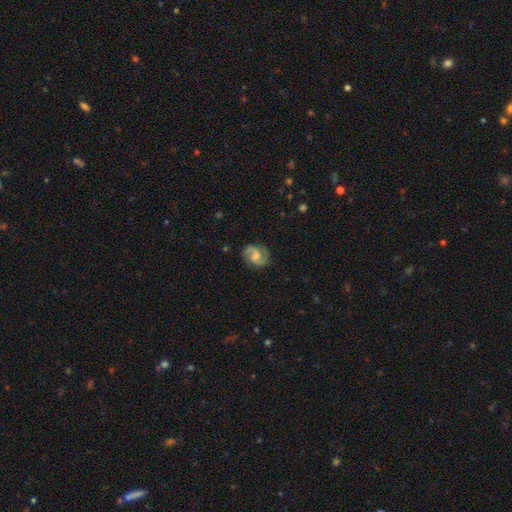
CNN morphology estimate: smooth-or-featured: featured or disk: 81% | smooth: 13% | star or artifact: 6%
  disk-edge-on: no: 98% | yes: 2%
    bar: no: 46% | weak: 45% | strong: 9%
    has-spiral-arms: yes: 96% | no: 4%
      spiral-winding: medium: 52% | loose: 27% | tight: 20%
      spiral-arm-count: 2: 87% | can't tell: 4% | 3: 4% | 1: 2% | 4: 1% | more than 4: 1%
    bulge-size: moderate: 51% | small: 36% | none: 8% | large: 4% | dominant: 1%
  merging: none: 78% | minor disturbance: 15% | major disturbance: 5% | merger: 1%